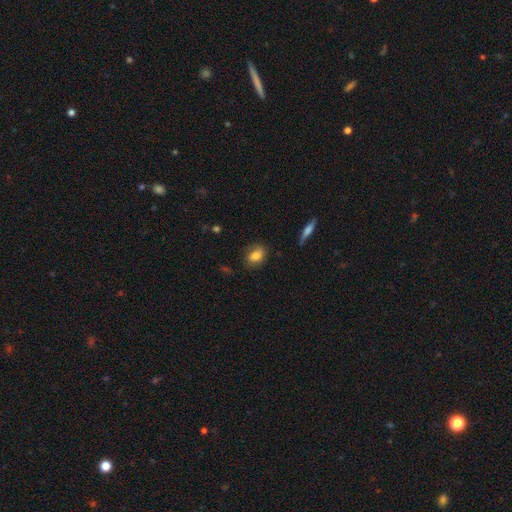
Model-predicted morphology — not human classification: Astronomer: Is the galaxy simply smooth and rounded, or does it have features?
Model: smooth — 80%.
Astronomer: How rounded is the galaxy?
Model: in between — 69%.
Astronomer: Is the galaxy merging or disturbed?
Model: none — 77%.